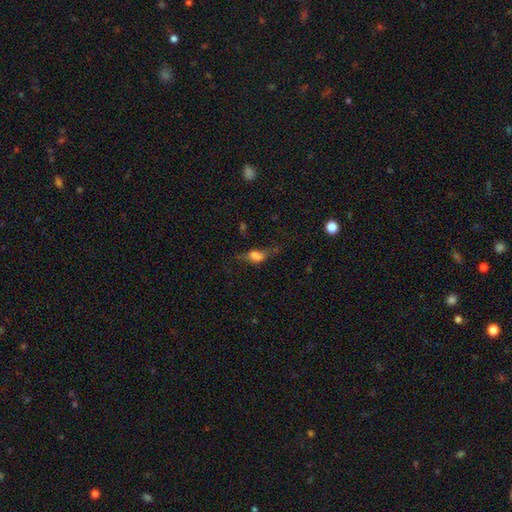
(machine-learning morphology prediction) smooth_or_featured: smooth (p=0.56) [alt: featured or disk p=0.29]
how_rounded: in between (p=0.73) [alt: cigar-shaped p=0.16]
merging: major disturbance (p=0.36) [alt: none p=0.34]